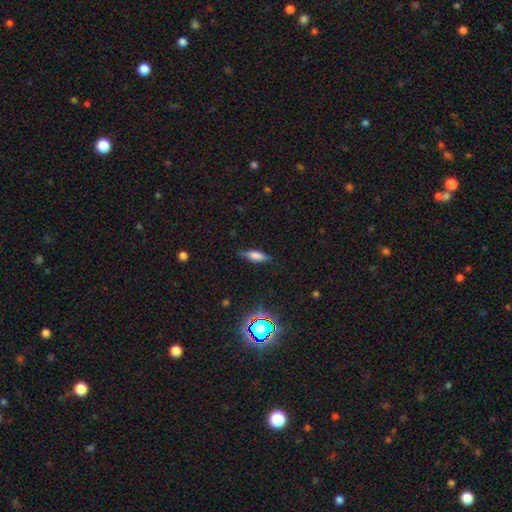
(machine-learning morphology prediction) A smooth galaxy with no disk features (65%) that is in between round and cigar-shaped (61%). Merging: none (75%).